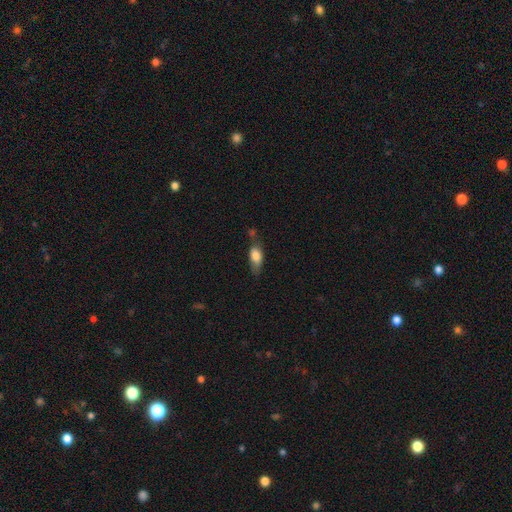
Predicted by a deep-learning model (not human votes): Q: Smooth or featured?
A: smooth (76%); runner-up: featured or disk (17%)
Q: How rounded?
A: in between (79%); runner-up: cigar-shaped (16%)
Q: Merging?
A: none (46%); runner-up: minor disturbance (31%)